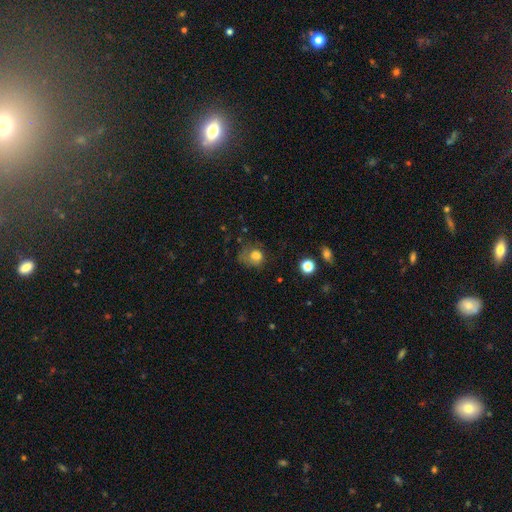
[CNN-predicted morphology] A smooth galaxy with no disk features (73%) that is round (66%). Merging: none (36%).